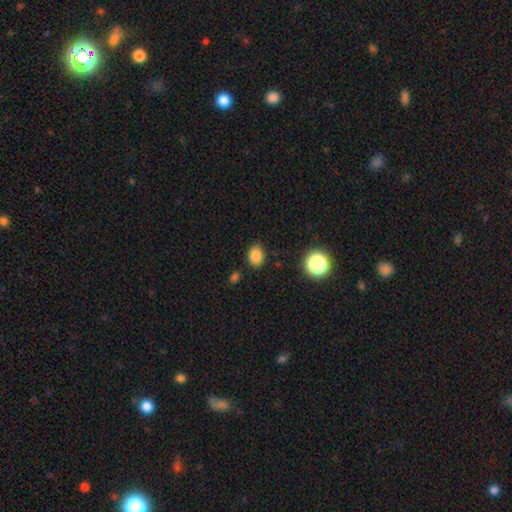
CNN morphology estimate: Overall: smooth (84%). How rounded: in between (65%; round 34%). Merging: none (84%).